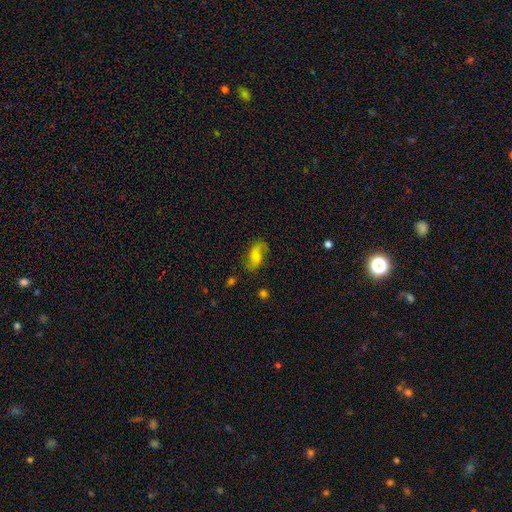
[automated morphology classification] Smooth or featured: featured or disk — 46% (smooth — 45%)
Merging: none — 70% (minor disturbance — 20%)